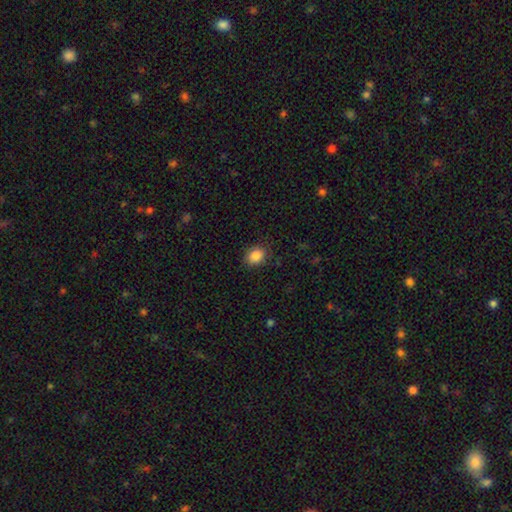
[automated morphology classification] This appears to be a smooth galaxy with no disk features (86%) that is in between round and cigar-shaped (50%). Merging: none (86%).